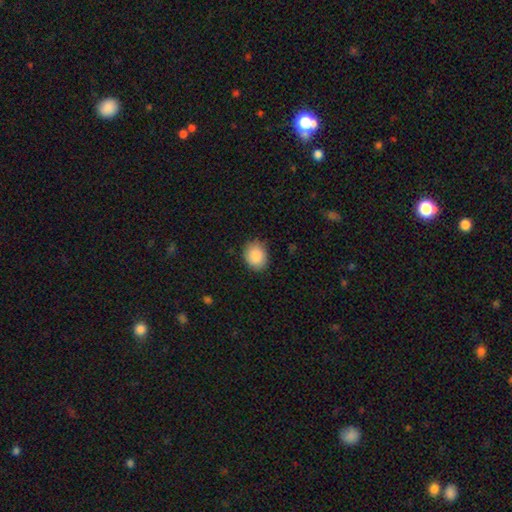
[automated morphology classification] This is clearly a smooth galaxy (89%). How rounded: possibly round (55%). Merging: clearly none (84%).